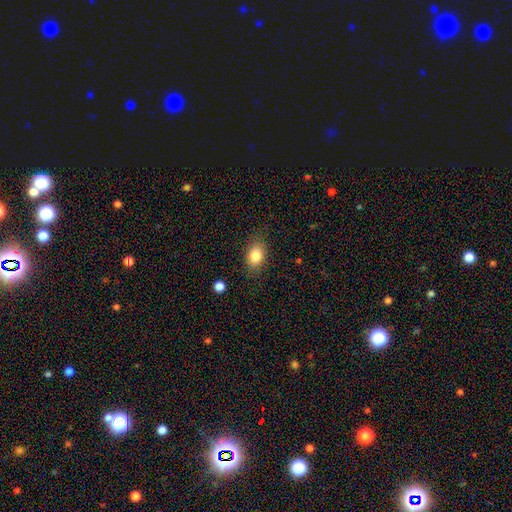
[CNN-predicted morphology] Smooth or featured: smooth — 83% (star or artifact — 9%)
How rounded: in between — 75% (round — 23%)
Merging: none — 81% (minor disturbance — 13%)